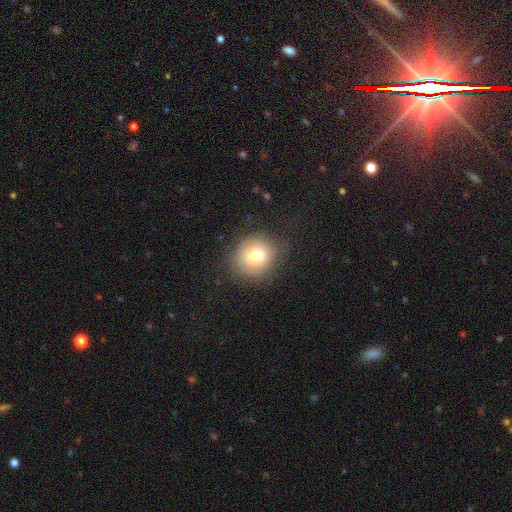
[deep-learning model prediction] This is likely a smooth galaxy (75%). How rounded: clearly round (80%). Merging: likely none (78%).